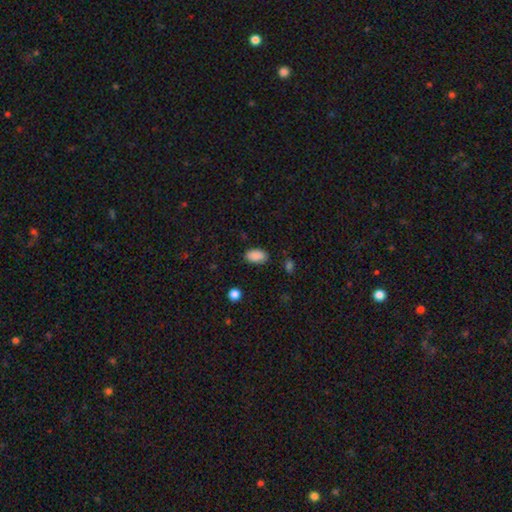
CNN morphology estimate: smooth 89%, star or artifact 8%, featured or disk 3%. Down the decision tree: how rounded — in between (93%); merging — none (85%).